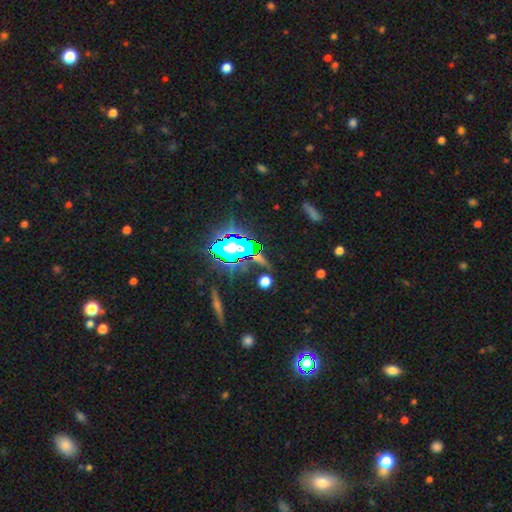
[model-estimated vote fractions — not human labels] The model was most divided on "smooth or featured": star or artifact: 61%, smooth: 22%, featured or disk: 16%.